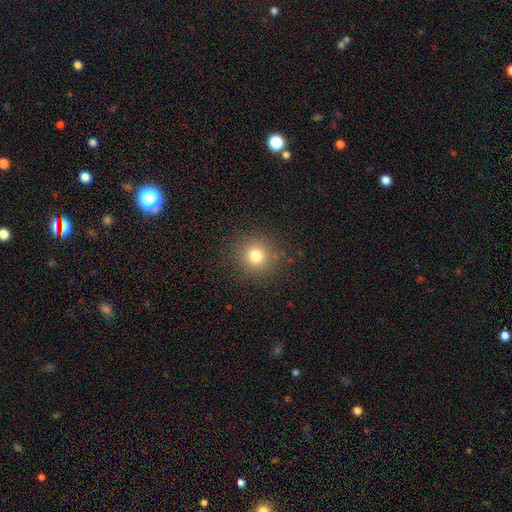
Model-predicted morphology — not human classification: A smooth galaxy with no disk features (77%) that is round (92%). Merging: none (88%).